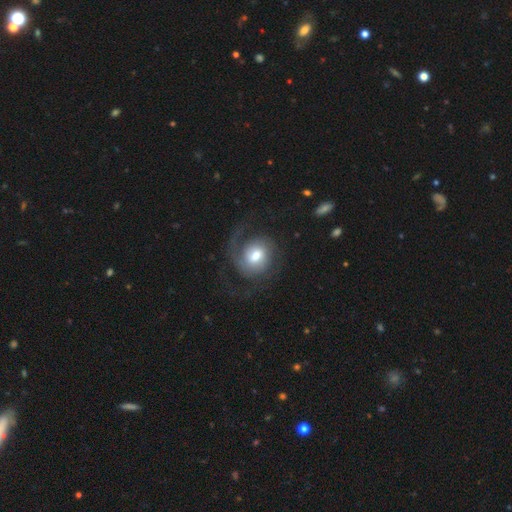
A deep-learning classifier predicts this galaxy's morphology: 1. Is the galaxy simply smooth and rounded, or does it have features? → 66% featured or disk, 27% smooth, 7% star or artifact.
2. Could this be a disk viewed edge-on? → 97% no, 3% yes.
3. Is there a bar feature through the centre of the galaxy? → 56% no, 35% weak, 8% strong.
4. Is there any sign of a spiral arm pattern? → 89% yes, 11% no.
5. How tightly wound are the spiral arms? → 39% medium, 36% loose, 25% tight.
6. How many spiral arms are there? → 48% 2, 33% 1, 10% can't tell, 5% 3, 2% 4, 2% more than 4.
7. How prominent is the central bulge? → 63% moderate, 18% large, 15% small, 3% dominant, 1% none.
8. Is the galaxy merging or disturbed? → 57% none, 27% major disturbance, 14% minor disturbance, 2% merger.